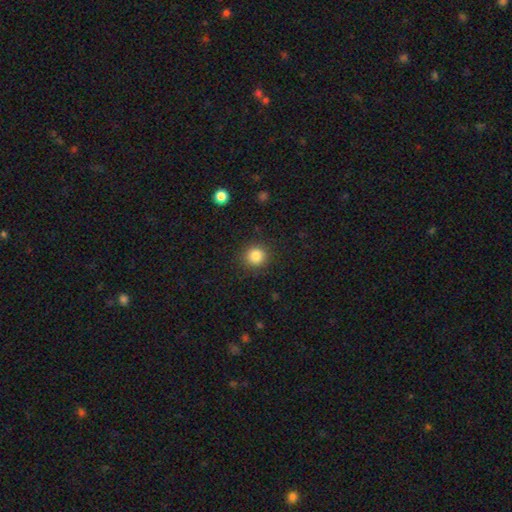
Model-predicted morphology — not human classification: Smooth or featured: smooth — 85% (star or artifact — 11%)
How rounded: round — 92% (in between — 7%)
Merging: none — 90% (minor disturbance — 7%)